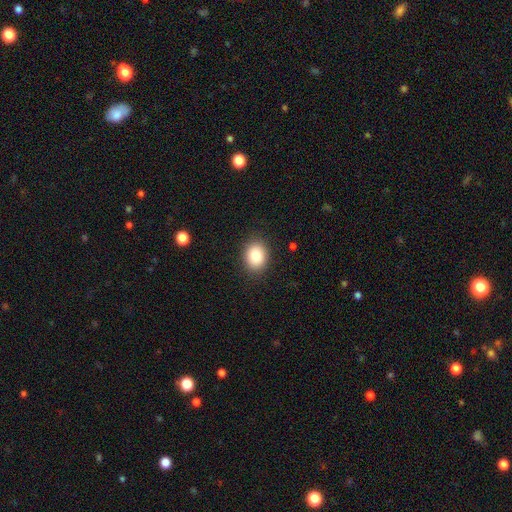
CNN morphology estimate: Overall: smooth (84%). How rounded: in between (51%; round 48%). Merging: none (88%).